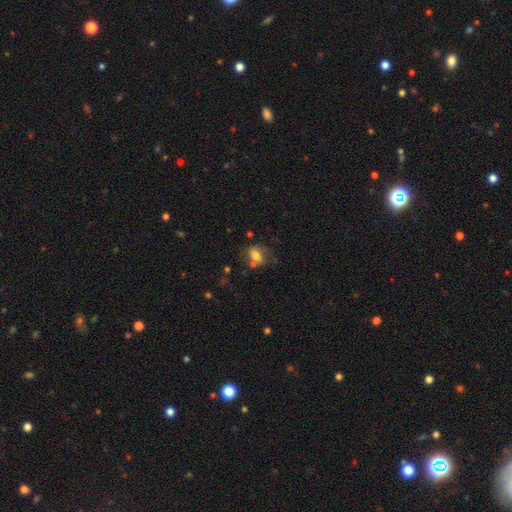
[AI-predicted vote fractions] smooth_or_featured: smooth (p=0.67) [alt: featured or disk p=0.23]
how_rounded: in between (p=0.74) [alt: round p=0.23]
merging: none (p=0.49) [alt: minor disturbance p=0.23]